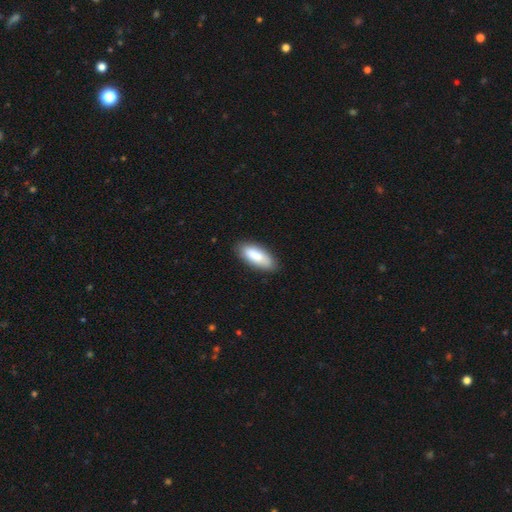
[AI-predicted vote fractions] smooth-or-featured: smooth: 86% | featured or disk: 8% | star or artifact: 6%
  how-rounded: in between: 81% | cigar-shaped: 17% | round: 2%
  merging: none: 84% | minor disturbance: 12% | major disturbance: 2% | merger: 1%